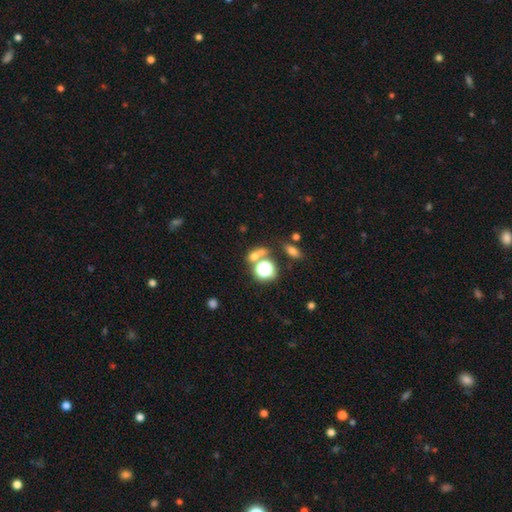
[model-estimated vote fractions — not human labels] A smooth galaxy with no disk features (57%) that is round (55%). Merging: none (52%).